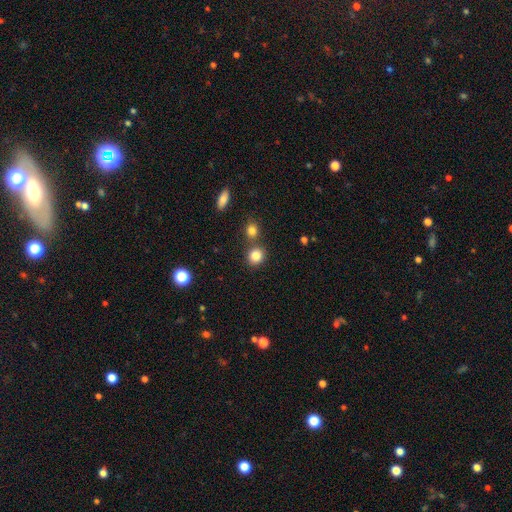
Smooth or featured? smooth (88%)
How rounded? round (89%)
Merging? none (85%)